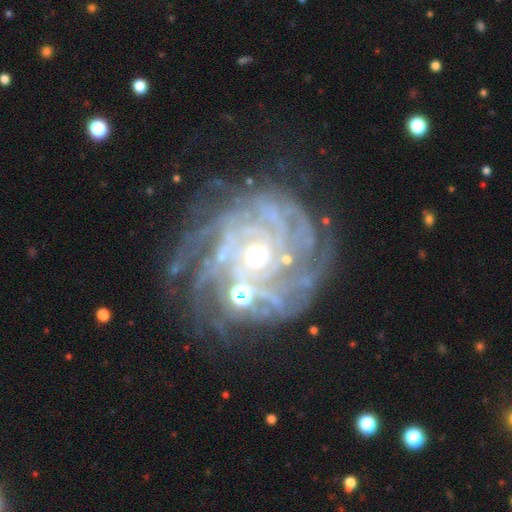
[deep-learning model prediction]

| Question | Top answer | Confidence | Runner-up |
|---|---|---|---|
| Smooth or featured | featured or disk | 87% | star or artifact (8%) |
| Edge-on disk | no | 97% | yes (3%) |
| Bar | no | 75% | weak (18%) |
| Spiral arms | yes | 96% | no (4%) |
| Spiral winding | tight | 76% | medium (19%) |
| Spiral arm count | more than 4 | 32% | can't tell (26%) |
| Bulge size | moderate | 50% | small (44%) |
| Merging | none | 65% | minor disturbance (17%) |